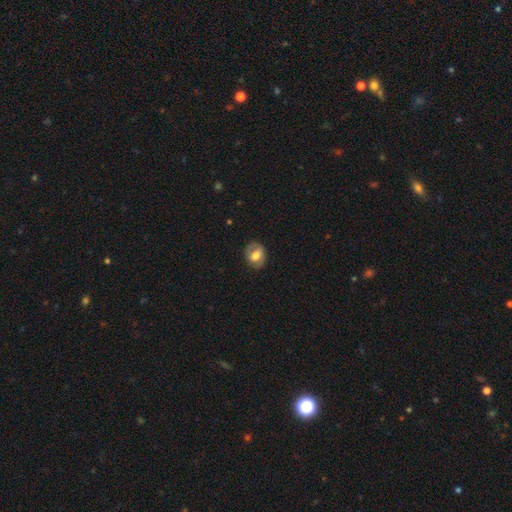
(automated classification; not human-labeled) smooth 60%, featured or disk 33%, star or artifact 7%. Down the decision tree: how rounded — in between (55%); merging — none (76%).